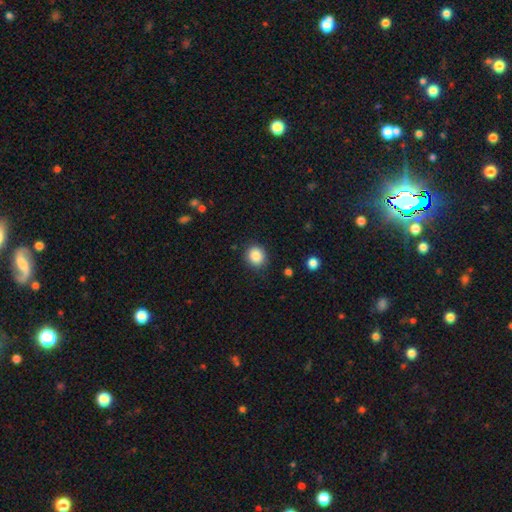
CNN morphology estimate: Smooth or featured? smooth (87%)
How rounded? round (79%)
Merging? none (87%)